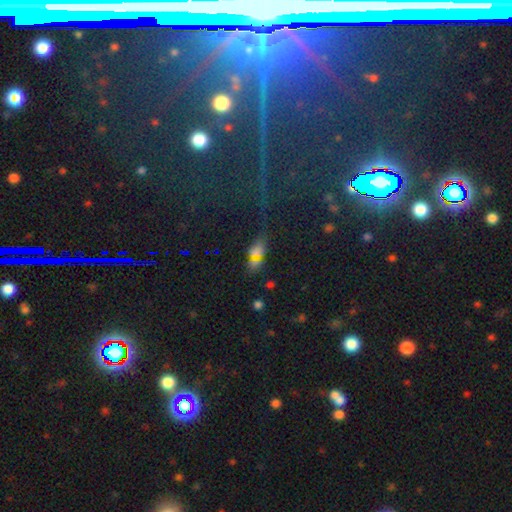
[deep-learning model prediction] The model was most divided on "smooth or featured": smooth: 45%, star or artifact: 41%, featured or disk: 14%. More confident: merging — none (51%).